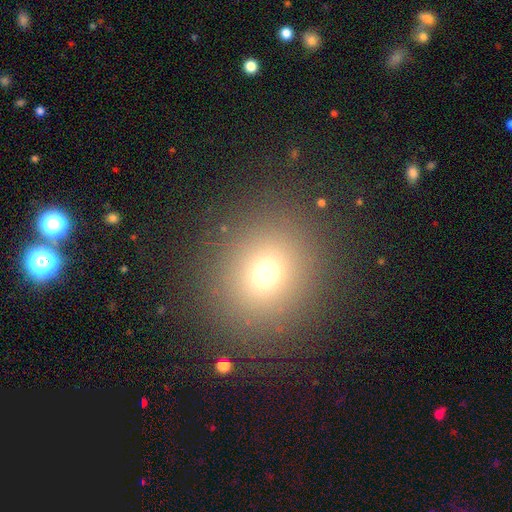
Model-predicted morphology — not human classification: A smooth galaxy with no disk features (68%) that is round (83%).

Vote fractions:
- Smooth or featured? smooth: 68% / star or artifact: 23% / featured or disk: 9%
- How rounded? round: 83% / in between: 16% / cigar-shaped: 1%
- Merging? none: 90% / minor disturbance: 6% / major disturbance: 3% / merger: 2%